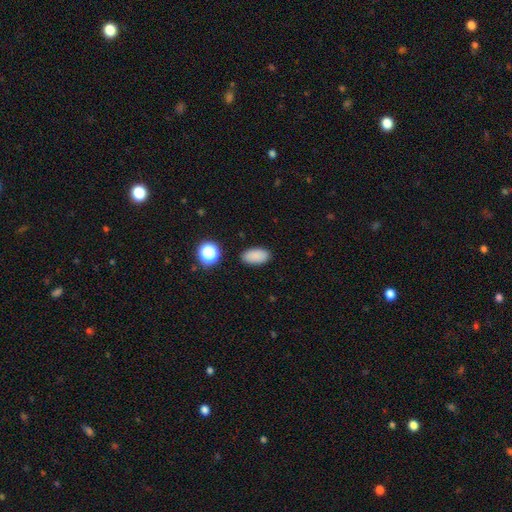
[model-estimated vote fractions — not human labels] Smooth or featured? Predicted: smooth (p=0.86). How rounded? Predicted: in between (p=0.93). Merging? Predicted: none (p=0.88).